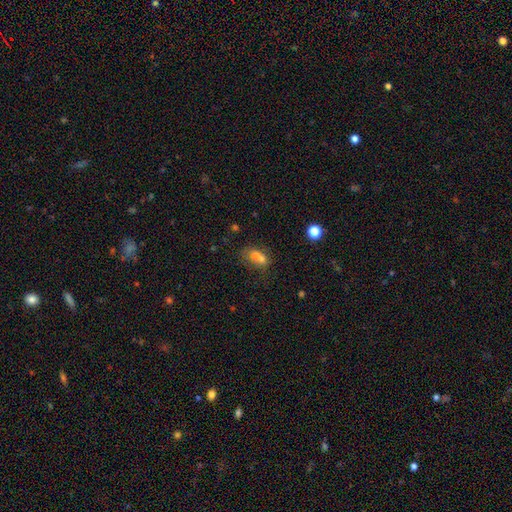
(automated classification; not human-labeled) This appears to be a smooth galaxy with no disk features (67%) that is in between round and cigar-shaped (68%). Merging: merger (54%).